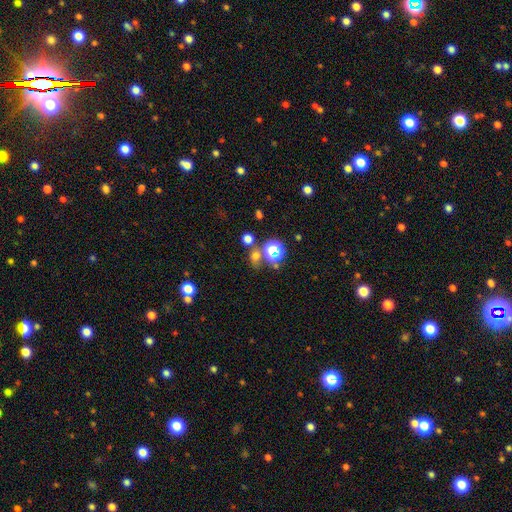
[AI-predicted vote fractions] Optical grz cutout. It shows a smooth galaxy with no disk features (58%) that is round (72%). Merging: none (62%).